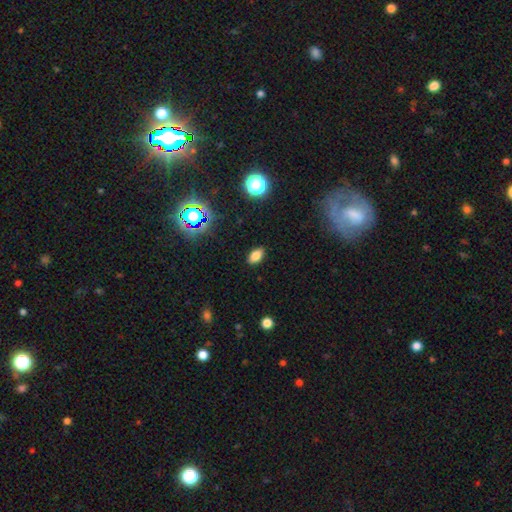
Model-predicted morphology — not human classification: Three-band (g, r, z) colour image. It shows a smooth galaxy with no disk features (78%) that is in between round and cigar-shaped (89%). Merging: none (88%).